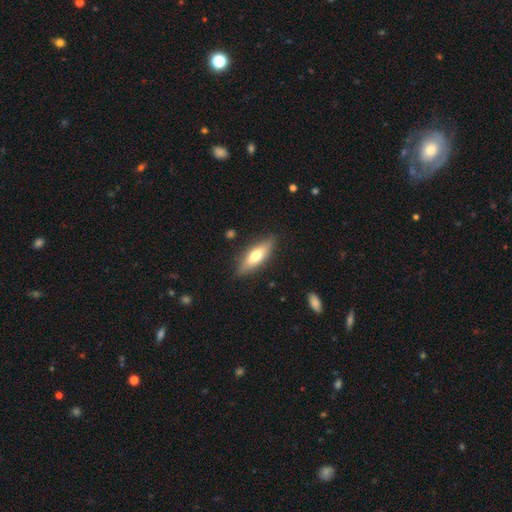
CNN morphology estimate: Smooth or featured: smooth — 60% (featured or disk — 34%)
How rounded: cigar-shaped — 49% (tied with in between — 49%)
Merging: none — 85% (minor disturbance — 11%)